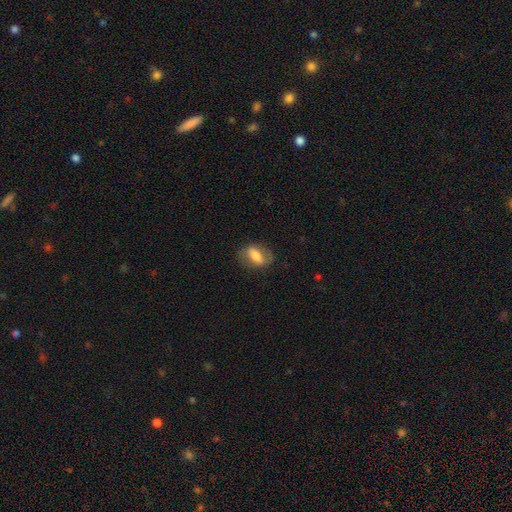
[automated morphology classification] A smooth galaxy with no disk features (60%) that is in between round and cigar-shaped (79%).

Vote fractions:
- Smooth or featured? smooth: 60% / featured or disk: 33% / star or artifact: 7%
- How rounded? in between: 79% / round: 12% / cigar-shaped: 9%
- Merging? none: 74% / minor disturbance: 17% / major disturbance: 8% / merger: 1%